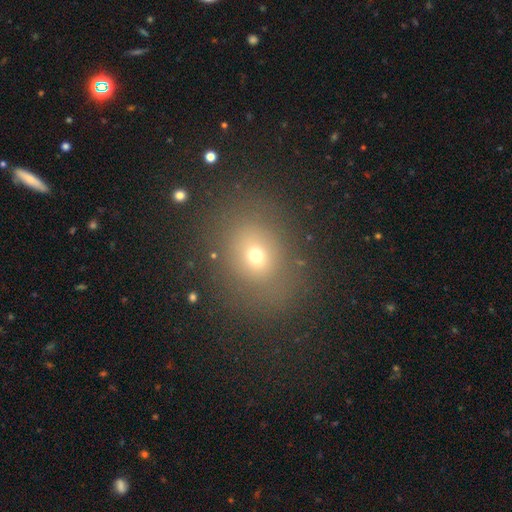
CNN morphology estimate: Q: Smooth or featured?
A: smooth (66%); runner-up: star or artifact (21%)
Q: How rounded?
A: round (56%); runner-up: in between (43%)
Q: Merging?
A: none (79%); runner-up: minor disturbance (12%)